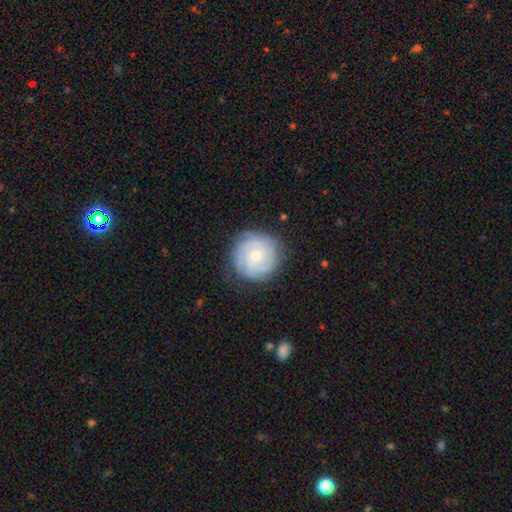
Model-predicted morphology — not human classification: This appears to be a featured or disk galaxy (79%) with no bar (73%), 3 (31%) tight (76%) spiral arms (96%) and a small central bulge (55%). Merging: none (83%).